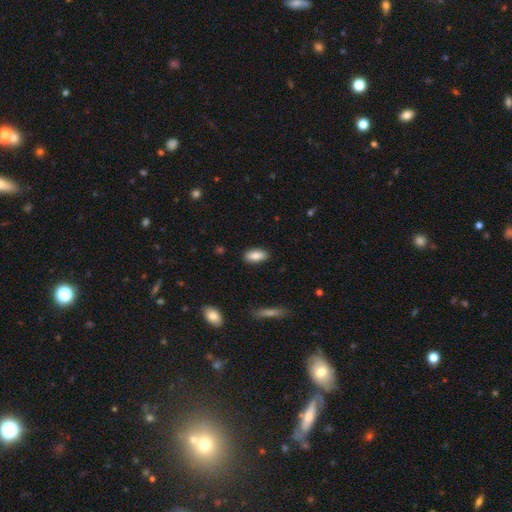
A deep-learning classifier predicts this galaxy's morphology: smooth_or_featured: smooth (p=0.85) [alt: featured or disk p=0.08]
how_rounded: in between (p=0.87) [alt: cigar-shaped p=0.11]
merging: none (p=0.87) [alt: minor disturbance p=0.09]